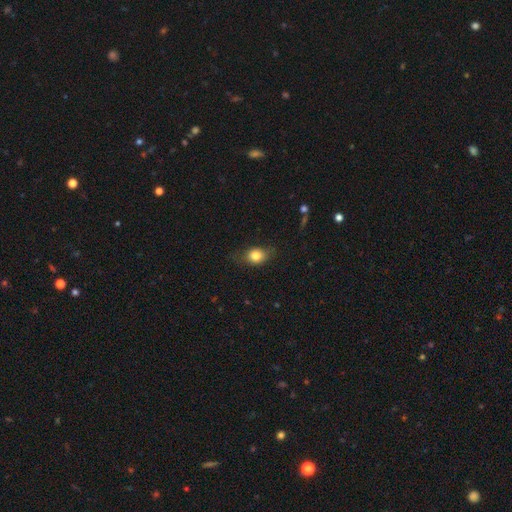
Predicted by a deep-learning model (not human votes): This appears to be a smooth galaxy with no disk features (80%) that is in between round and cigar-shaped (56%). Merging: none (69%).